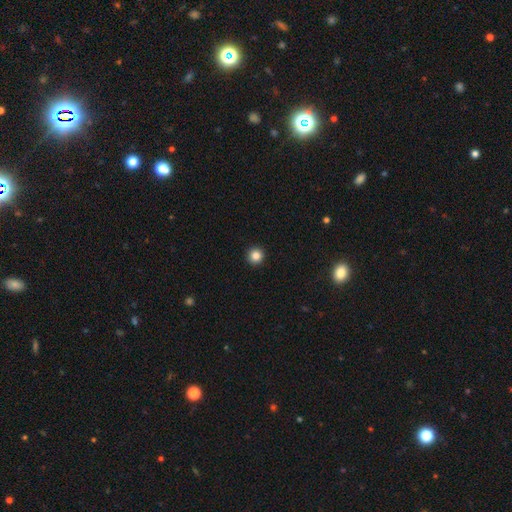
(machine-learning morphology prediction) type=smooth (84%); roundness=round (96%); merging=none (94%).